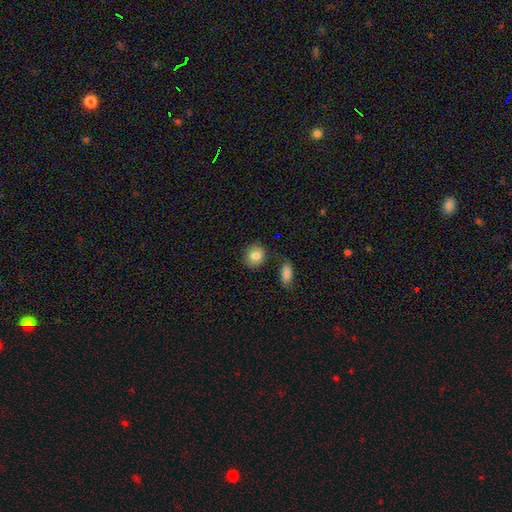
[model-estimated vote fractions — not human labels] The model was most divided on "how rounded": round: 74%, in between: 25%, cigar-shaped: 1%. More confident: smooth or featured — smooth (84%); merging — none (80%).